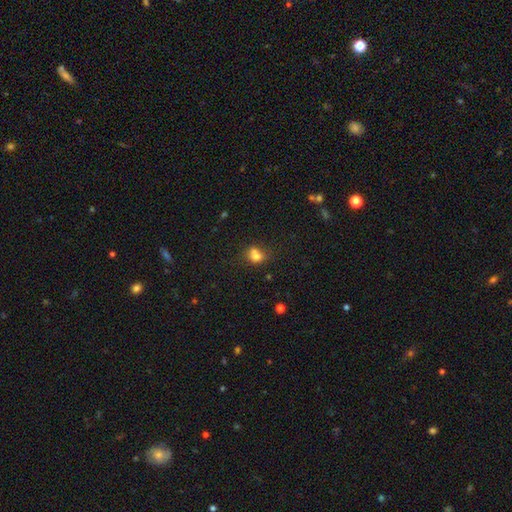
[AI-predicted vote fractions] Smooth or featured: smooth — 72% (featured or disk — 14%)
How rounded: round — 61% (in between — 37%)
Merging: merger — 47% (none — 35%)